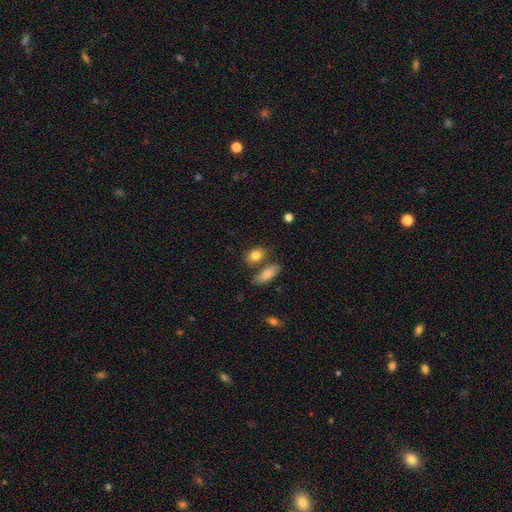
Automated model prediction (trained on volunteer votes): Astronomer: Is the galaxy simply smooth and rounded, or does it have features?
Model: smooth — 83%.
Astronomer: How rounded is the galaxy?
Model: in between — 80%.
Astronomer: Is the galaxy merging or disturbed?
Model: none — 61%.